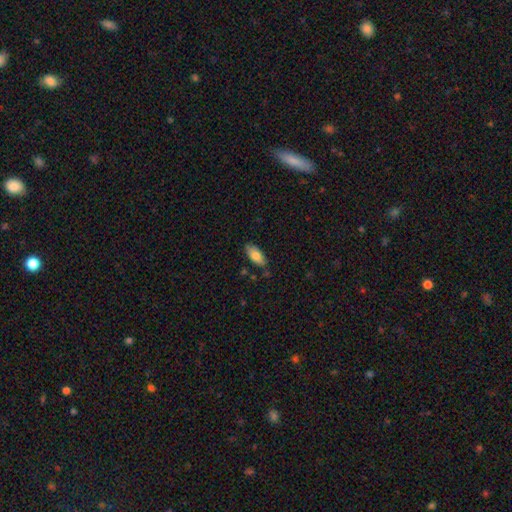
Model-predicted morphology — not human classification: This appears to be a smooth galaxy with no disk features (79%) that is in between round and cigar-shaped (87%). Merging: none (79%).